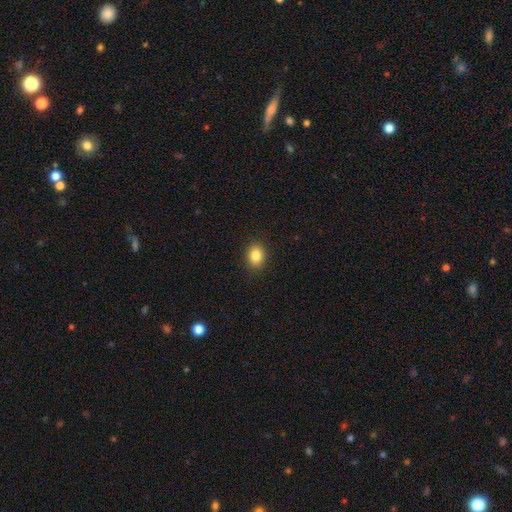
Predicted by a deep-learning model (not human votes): Q: Smooth or featured?
A: smooth (84%); runner-up: star or artifact (10%)
Q: How rounded?
A: in between (58%); runner-up: round (41%)
Q: Merging?
A: none (90%); runner-up: minor disturbance (7%)